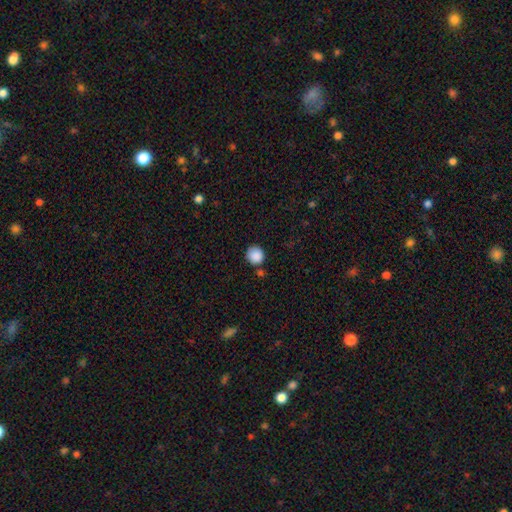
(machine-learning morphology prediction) smooth-or-featured: smooth: 88% | star or artifact: 9% | featured or disk: 3%
  how-rounded: round: 92% | in between: 7% | cigar-shaped: 1%
  merging: none: 78% | minor disturbance: 11% | merger: 7% | major disturbance: 3%